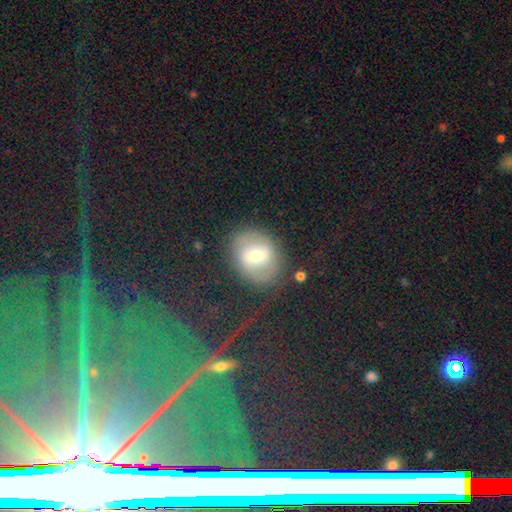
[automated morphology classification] Smooth or featured?
  - featured or disk: 43% *
  - smooth: 41%
  - star or artifact: 16%
Merging?
  - none: 82% *
  - minor disturbance: 12%
  - major disturbance: 4%
  - merger: 2%